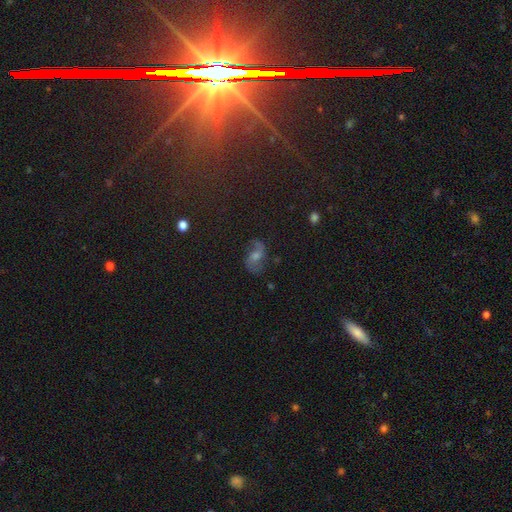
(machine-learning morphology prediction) type=featured or disk (68%); edge-on=no (96%); bar=no (49%); spiral arms=yes (92%); winding=loose (52%); arm count=2 (90%); bulge=moderate (59%); merging=none (75%).